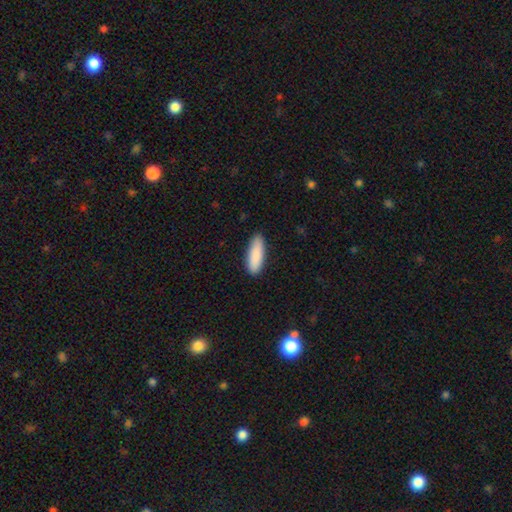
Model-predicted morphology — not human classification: Smooth or featured?
  - smooth: 89% *
  - featured or disk: 6%
  - star or artifact: 6%
How rounded?
  - in between: 57% *
  - cigar-shaped: 41%
  - round: 2%
Merging?
  - none: 88% *
  - minor disturbance: 9%
  - major disturbance: 2%
  - merger: 1%